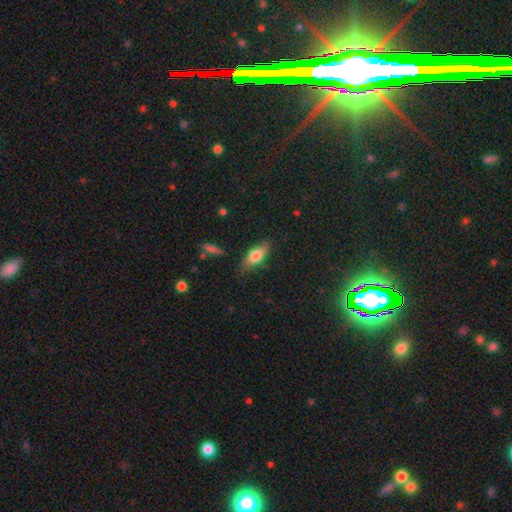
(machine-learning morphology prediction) A smooth galaxy with no disk features (69%) that is in between round and cigar-shaped (69%). Merging: none (77%).